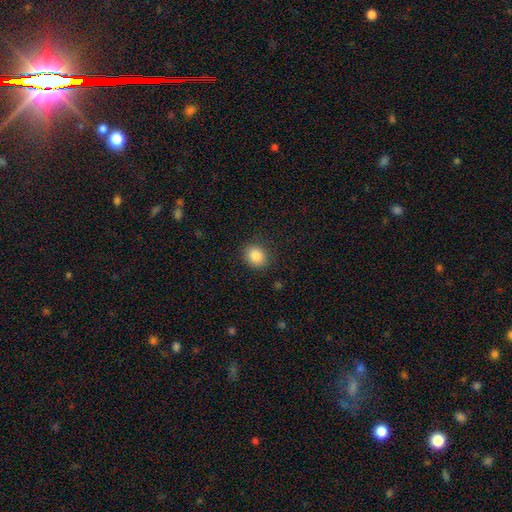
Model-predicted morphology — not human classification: The model was most divided on "how rounded": round: 61%, in between: 38%, cigar-shaped: 1%. More confident: merging — none (87%); smooth or featured — smooth (86%).